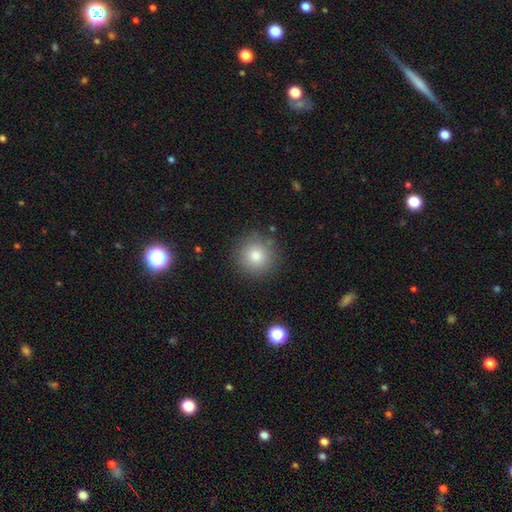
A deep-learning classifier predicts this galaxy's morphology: type=smooth (79%); roundness=round (95%); merging=none (88%).